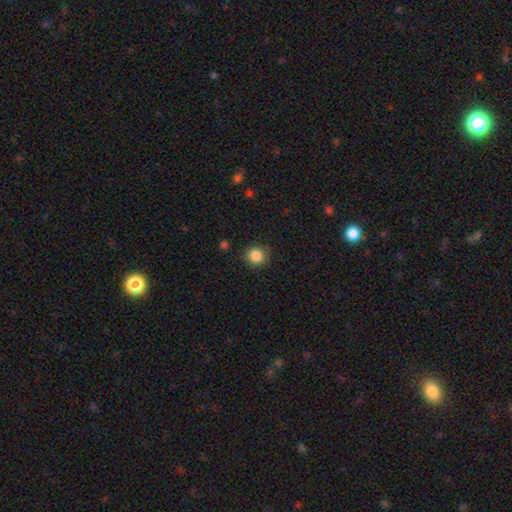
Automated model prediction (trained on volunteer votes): smooth 86%, star or artifact 10%, featured or disk 4%. Down the decision tree: how rounded — round (88%); merging — none (87%).